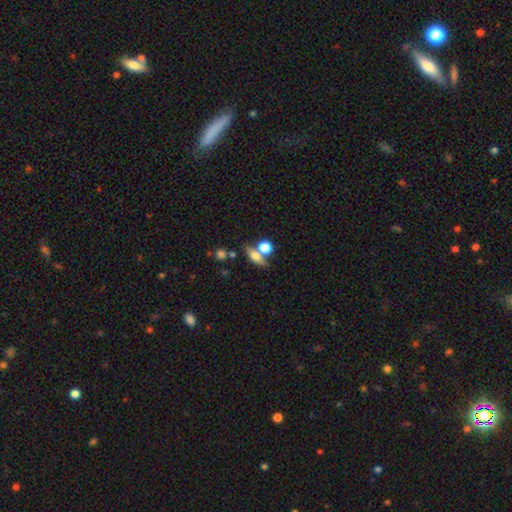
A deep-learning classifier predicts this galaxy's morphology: Smooth or featured?
  - smooth: 62% *
  - featured or disk: 27%
  - star or artifact: 11%
How rounded?
  - in between: 55% *
  - cigar-shaped: 23%
  - round: 22%
Merging?
  - none: 57% *
  - merger: 28%
  - minor disturbance: 11%
  - major disturbance: 5%